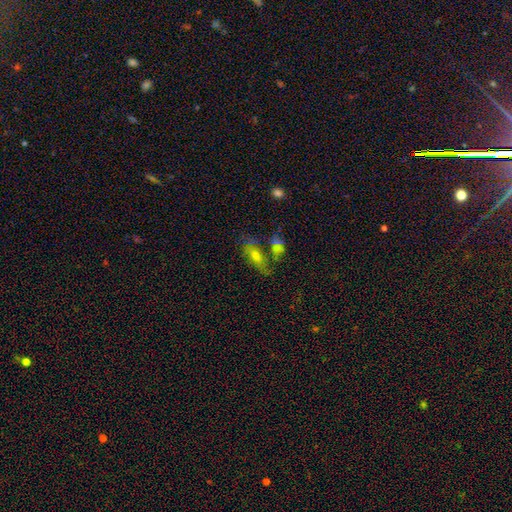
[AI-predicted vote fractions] smooth-or-featured: smooth: 57% | featured or disk: 31% | star or artifact: 12%
  how-rounded: in between: 72% | cigar-shaped: 21% | round: 6%
  merging: none: 47% | merger: 22% | minor disturbance: 19% | major disturbance: 12%